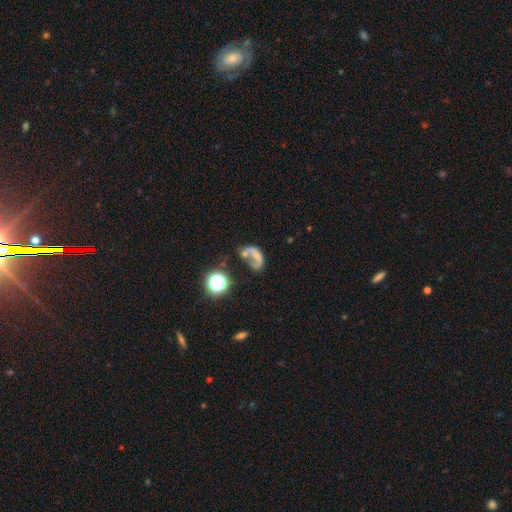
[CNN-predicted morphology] The model was most divided on "smooth or featured": featured or disk: 46%, smooth: 36%, star or artifact: 18%. Remaining: merging — major disturbance (40%).